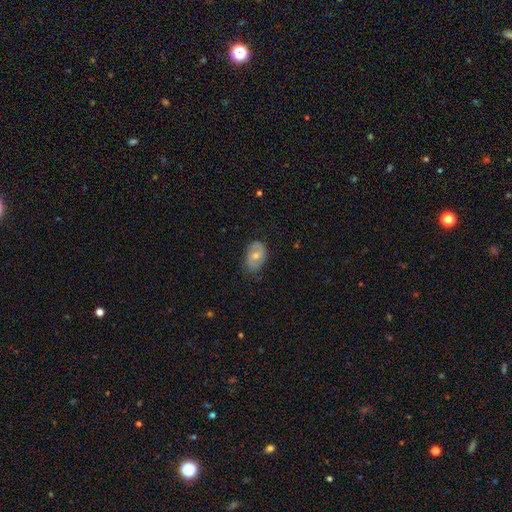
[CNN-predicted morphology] smooth-or-featured: featured or disk: 51% | smooth: 40% | star or artifact: 9%
  disk-edge-on: no: 93% | yes: 7%
  merging: none: 77% | minor disturbance: 18% | major disturbance: 4% | merger: 1%